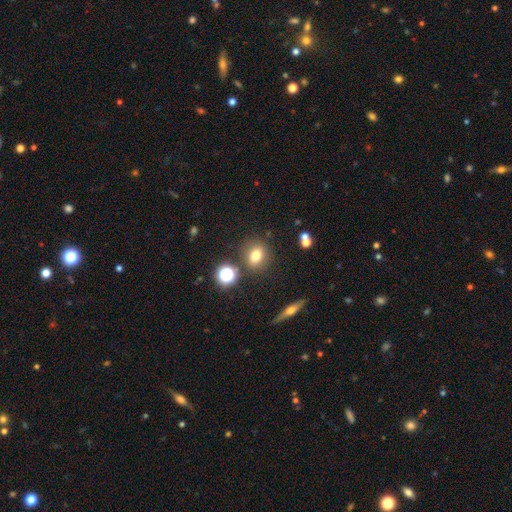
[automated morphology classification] A smooth galaxy with no disk features (74%) that is round (56%).

Vote fractions:
- Smooth or featured? smooth: 74% / star or artifact: 15% / featured or disk: 10%
- How rounded? round: 56% / in between: 42% / cigar-shaped: 2%
- Merging? none: 80% / minor disturbance: 10% / merger: 6% / major disturbance: 4%